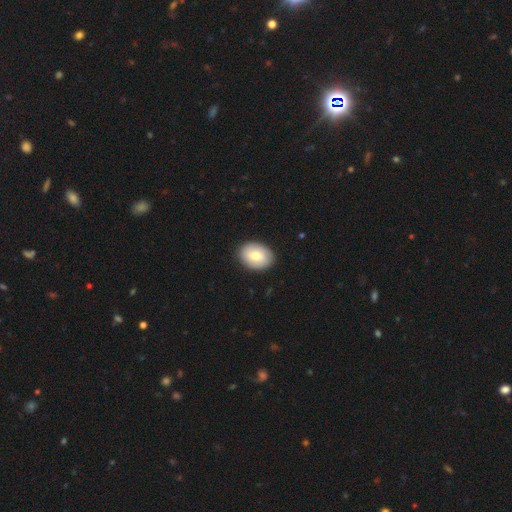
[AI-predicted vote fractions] smooth_or_featured: smooth (p=0.71) [alt: featured or disk p=0.23]
how_rounded: in between (p=0.72) [alt: round p=0.27]
merging: none (p=0.88) [alt: minor disturbance p=0.09]